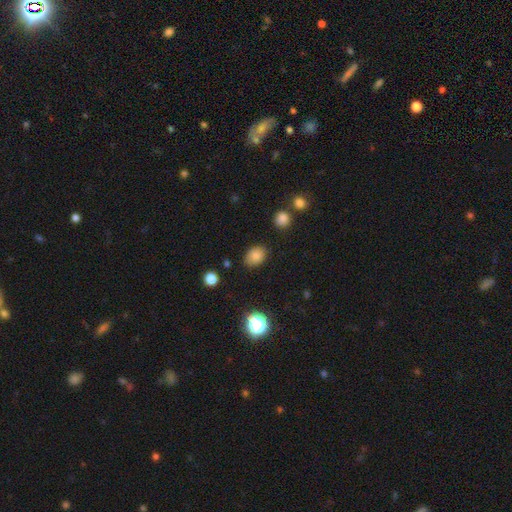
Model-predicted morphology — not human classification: Overall: smooth (81%). How rounded: in between (66%; round 33%). Merging: none (80%).